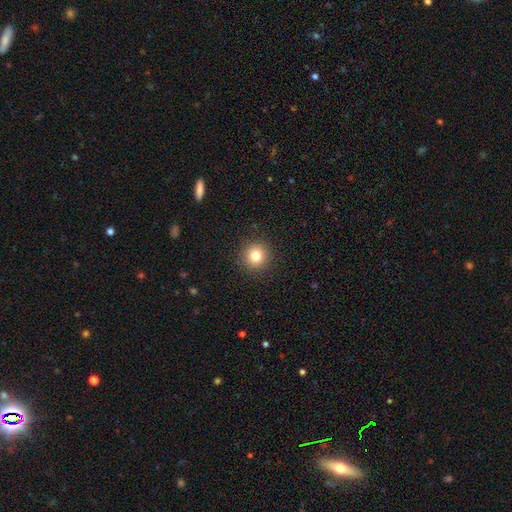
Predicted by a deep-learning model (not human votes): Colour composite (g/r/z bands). It shows a smooth galaxy with no disk features (81%) that is round (95%). Merging: none (92%).